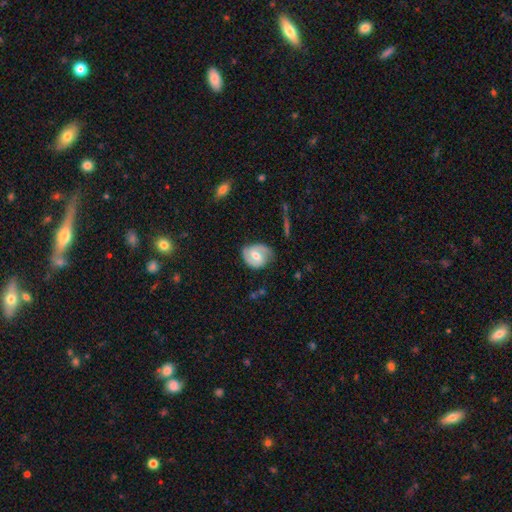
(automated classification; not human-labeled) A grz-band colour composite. It shows a featured or disk galaxy (69%) with a weak bar (50%), 2 (80%) medium (43%) spiral arms (89%) and a moderate central bulge (71%). Merging: none (72%).